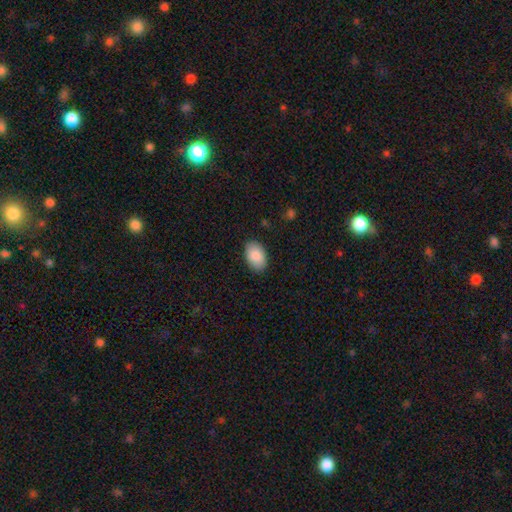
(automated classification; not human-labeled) smooth_or_featured: smooth (p=0.89) [alt: star or artifact p=0.06]
how_rounded: in between (p=0.92) [alt: round p=0.06]
merging: none (p=0.88) [alt: minor disturbance p=0.09]